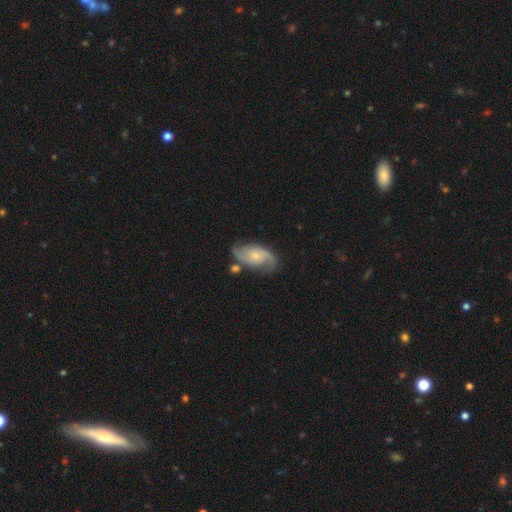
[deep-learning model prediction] Overall: featured or disk (83%). Edge-on disk: no (96%). Bar: no (64%; weak 30%). Spiral arms: yes (96%). Spiral arm count: 2 (90%). Spiral winding: medium (43%; loose 42%). Bulge size: small (61%; moderate 29%). Merging: none (70%).